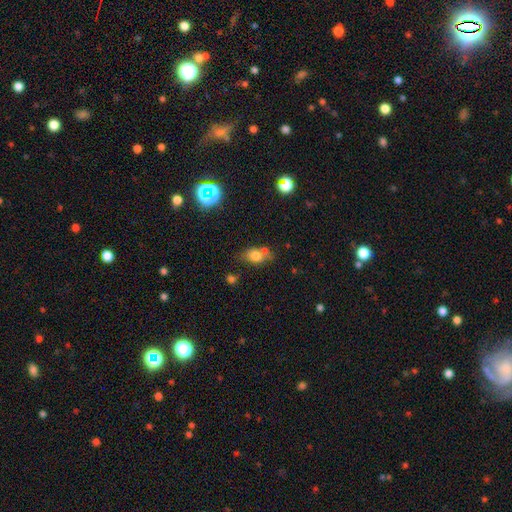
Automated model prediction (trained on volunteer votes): Smooth or featured: smooth — 72% (featured or disk — 14%)
How rounded: in between — 65% (round — 32%)
Merging: none — 49% (merger — 28%)